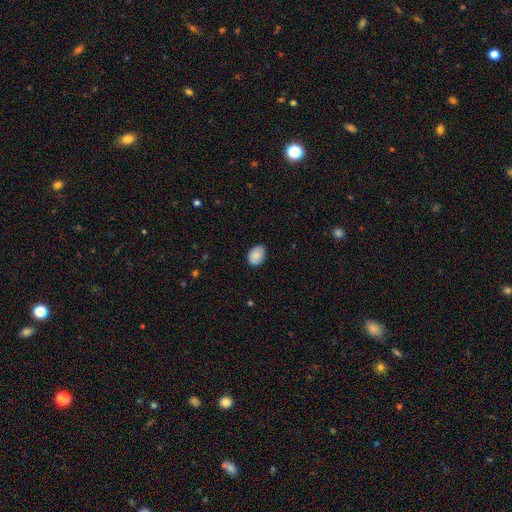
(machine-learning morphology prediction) Smooth or featured? smooth (86%)
How rounded? in between (79%)
Merging? none (78%)